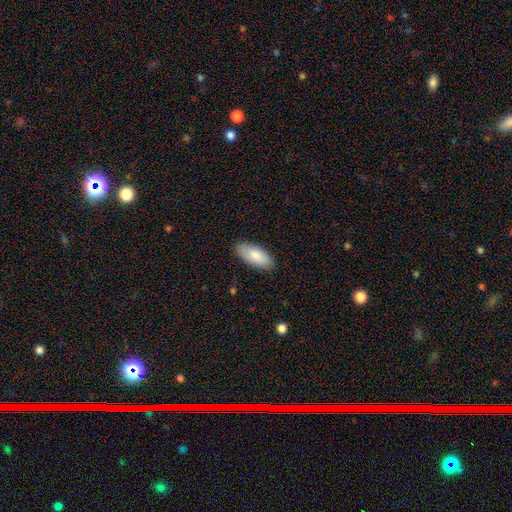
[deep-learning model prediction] Smooth or featured? Predicted: smooth (p=0.83). How rounded? Predicted: in between (p=0.88). Merging? Predicted: none (p=0.85).